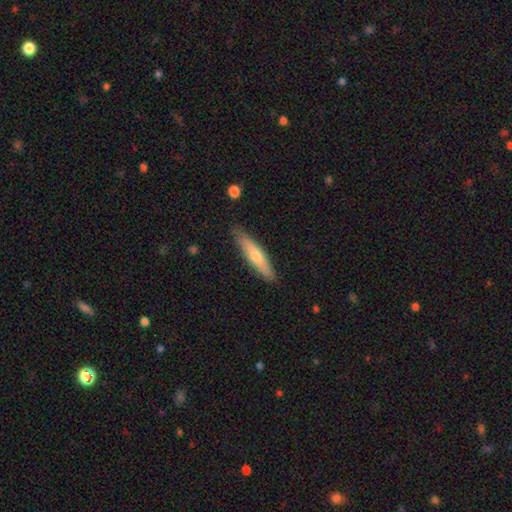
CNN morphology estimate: Smooth or featured? smooth (61%)
How rounded? cigar-shaped (84%)
Merging? none (86%)